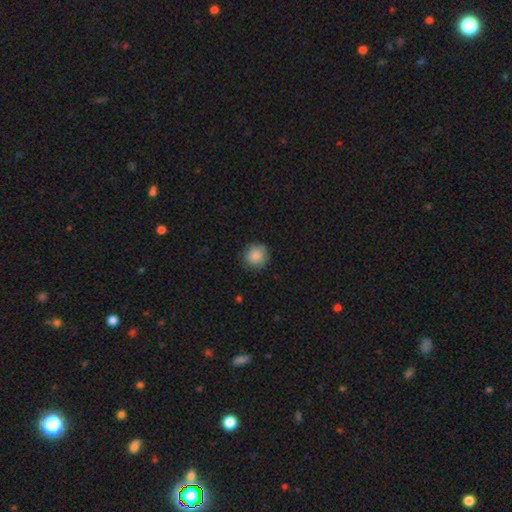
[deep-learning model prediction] A smooth galaxy with no disk features (86%) that is round (91%).

Vote fractions:
- Smooth or featured? smooth: 86% / star or artifact: 8% / featured or disk: 7%
- How rounded? round: 91% / in between: 8% / cigar-shaped: 1%
- Merging? none: 83% / minor disturbance: 13% / major disturbance: 3% / merger: 1%